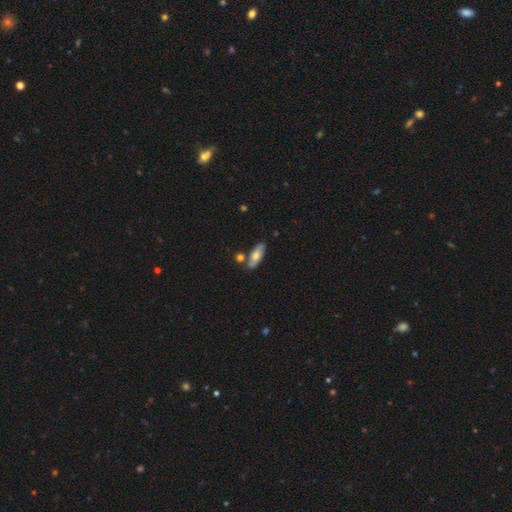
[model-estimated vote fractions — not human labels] Smooth or featured: smooth — 68% (featured or disk — 25%)
How rounded: in between — 67% (cigar-shaped — 30%)
Merging: none — 74% (minor disturbance — 12%)